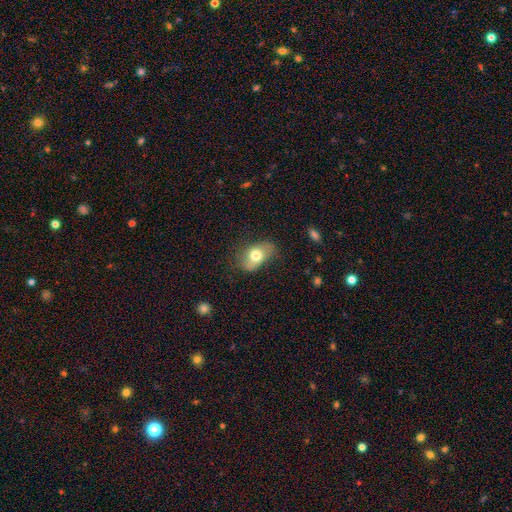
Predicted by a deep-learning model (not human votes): smooth 67%, featured or disk 25%, star or artifact 8%. Down the decision tree: how rounded — in between (85%); merging — none (57%).